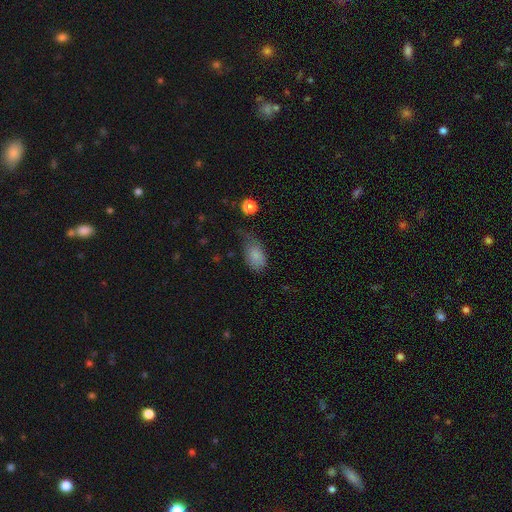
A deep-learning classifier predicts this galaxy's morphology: Smooth or featured?
  - smooth: 82% *
  - featured or disk: 10%
  - star or artifact: 8%
How rounded?
  - in between: 89% *
  - round: 9%
  - cigar-shaped: 2%
Merging?
  - none: 38% *
  - minor disturbance: 36%
  - major disturbance: 22%
  - merger: 4%